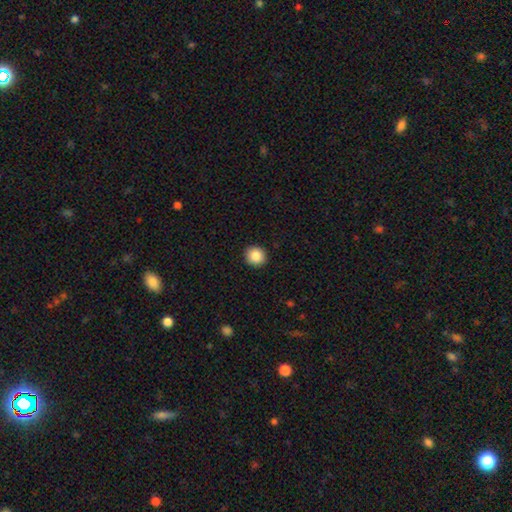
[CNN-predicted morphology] A smooth galaxy with no disk features (87%) that is round (91%). Merging: none (92%).